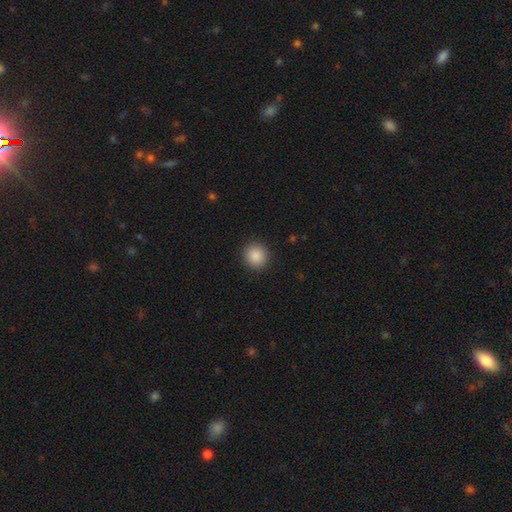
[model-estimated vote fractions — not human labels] Overall: smooth (88%). How rounded: round (90%). Merging: none (92%).